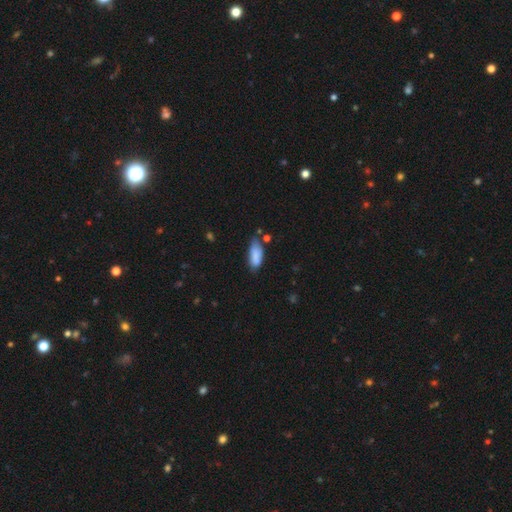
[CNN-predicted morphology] smooth_or_featured: smooth (p=0.85) [alt: featured or disk p=0.08]
how_rounded: in between (p=0.80) [alt: cigar-shaped p=0.18]
merging: none (p=0.53) [alt: minor disturbance p=0.35]